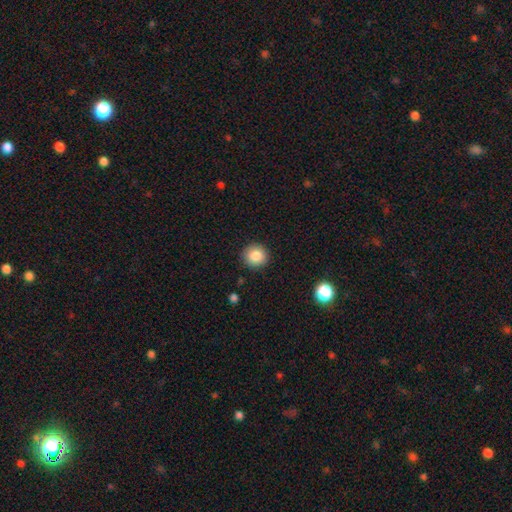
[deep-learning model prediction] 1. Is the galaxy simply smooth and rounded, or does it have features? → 85% smooth, 9% star or artifact, 6% featured or disk.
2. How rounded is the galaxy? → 92% round, 7% in between, 1% cigar-shaped.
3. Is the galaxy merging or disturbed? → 91% none, 6% minor disturbance, 2% major disturbance, 1% merger.